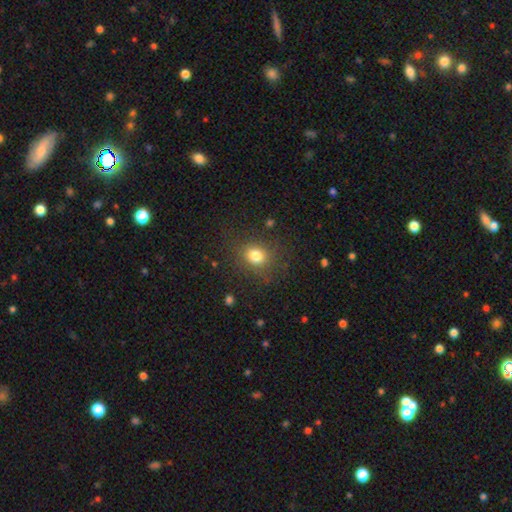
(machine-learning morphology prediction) This is likely a smooth galaxy (79%). How rounded: likely round (65%). Merging: clearly none (81%).